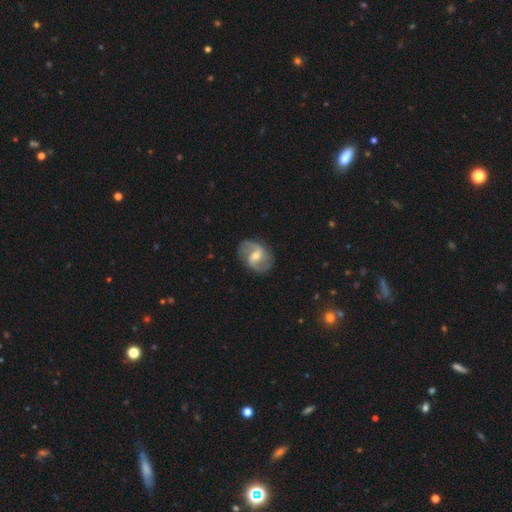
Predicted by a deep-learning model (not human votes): smooth_or_featured: featured or disk (p=0.85) [alt: smooth p=0.10]
disk_edge_on: no (p=0.97) [alt: yes p=0.03]
bar: weak (p=0.54) [alt: strong p=0.25]
has_spiral_arms: yes (p=0.95) [alt: no p=0.05]
spiral_winding: medium (p=0.46) [alt: loose p=0.40]
spiral_arm_count: 2 (p=0.92) [alt: can't tell p=0.03]
bulge_size: moderate (p=0.55) [alt: small p=0.40]
merging: none (p=0.83) [alt: minor disturbance p=0.12]